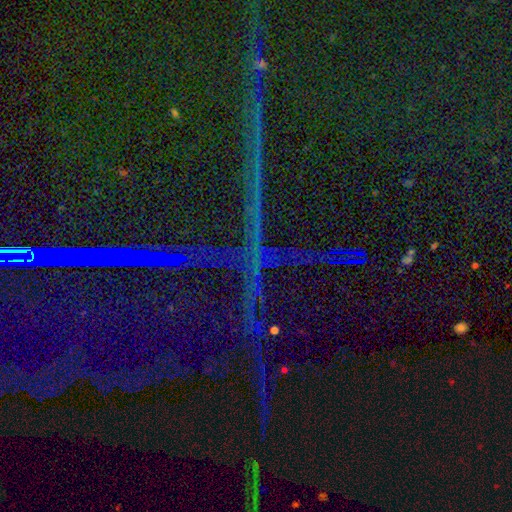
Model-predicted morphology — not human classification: Smooth or featured?
  - star or artifact: 86% *
  - featured or disk: 8%
  - smooth: 6%